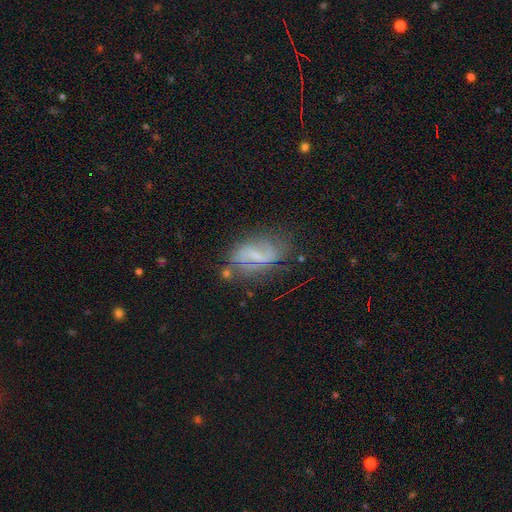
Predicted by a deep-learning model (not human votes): smooth_or_featured: featured or disk (p=0.58) [alt: smooth p=0.28]
disk_edge_on: no (p=0.90) [alt: yes p=0.10]
bar: weak (p=0.42) [alt: no p=0.31]
has_spiral_arms: yes (p=0.65) [alt: no p=0.35]
bulge_size: none (p=0.45) [alt: small p=0.35]
merging: none (p=0.53) [alt: minor disturbance p=0.24]